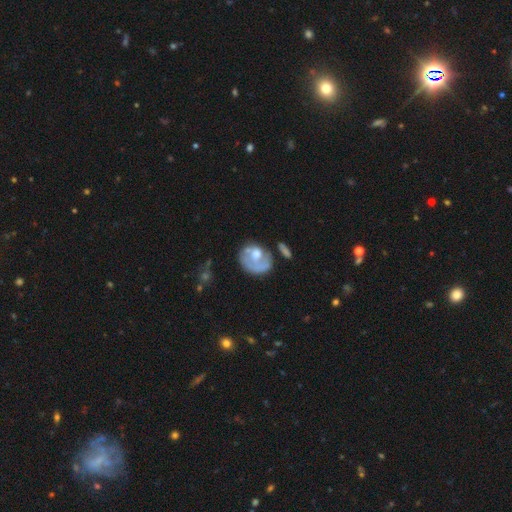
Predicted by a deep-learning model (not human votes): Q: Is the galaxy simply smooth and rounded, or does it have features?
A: featured or disk — 51%.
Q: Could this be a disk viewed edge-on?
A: no — 97%.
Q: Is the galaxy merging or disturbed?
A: none — 45%.